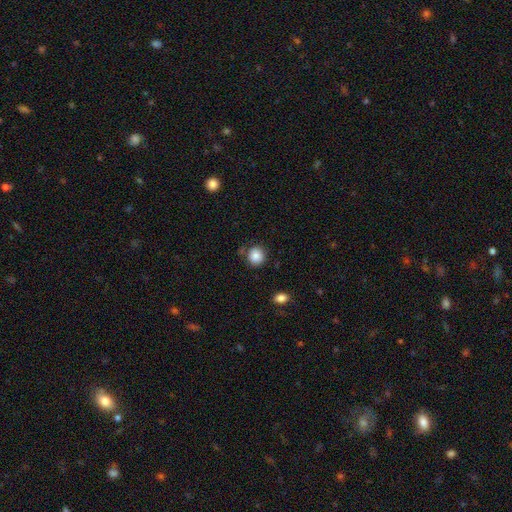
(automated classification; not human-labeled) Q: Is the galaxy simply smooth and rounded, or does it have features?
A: smooth — 85%.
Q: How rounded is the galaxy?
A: round — 87%.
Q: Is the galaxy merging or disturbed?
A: none — 80%.